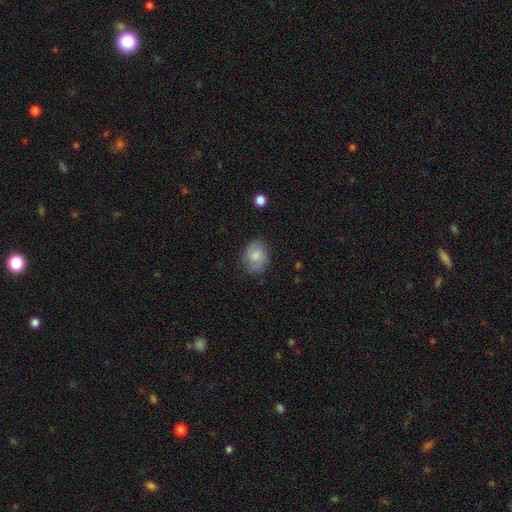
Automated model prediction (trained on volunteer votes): Smooth or featured: smooth — 56% (featured or disk — 36%)
How rounded: in between — 49% (tied with round — 49%)
Merging: none — 77% (minor disturbance — 17%)